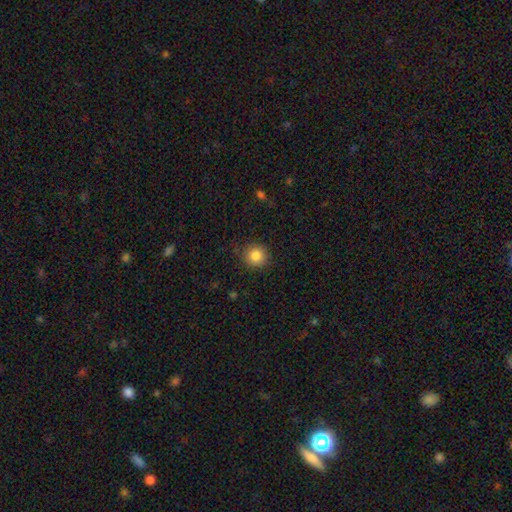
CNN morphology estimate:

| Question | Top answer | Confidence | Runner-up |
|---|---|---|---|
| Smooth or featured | smooth | 85% | star or artifact (10%) |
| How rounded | round | 91% | in between (8%) |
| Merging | none | 86% | minor disturbance (10%) |